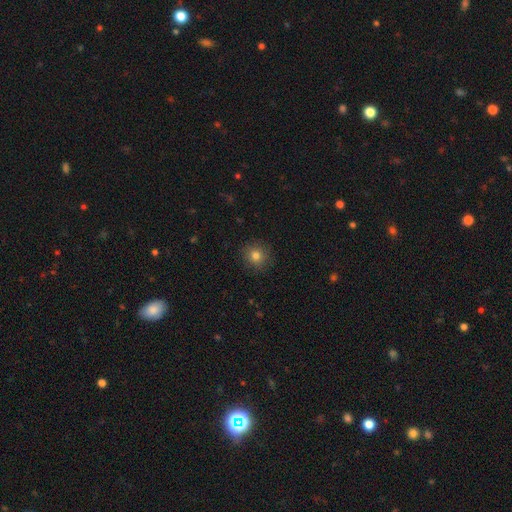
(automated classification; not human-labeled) smooth-or-featured: smooth: 80% | star or artifact: 13% | featured or disk: 7%
  how-rounded: round: 92% | in between: 7% | cigar-shaped: 1%
  merging: none: 90% | minor disturbance: 7% | major disturbance: 2% | merger: 1%